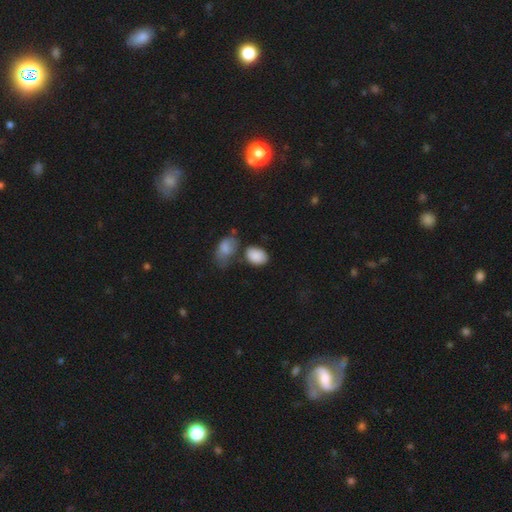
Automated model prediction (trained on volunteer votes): Smooth or featured: smooth — 87% (star or artifact — 7%)
How rounded: in between — 85% (round — 14%)
Merging: none — 57% (minor disturbance — 19%)